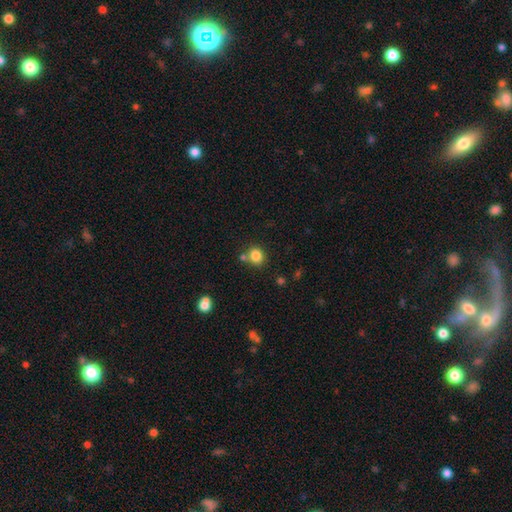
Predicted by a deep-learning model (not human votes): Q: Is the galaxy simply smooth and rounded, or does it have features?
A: smooth — 83%.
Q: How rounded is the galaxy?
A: round — 80%.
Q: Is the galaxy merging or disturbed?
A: none — 69%.